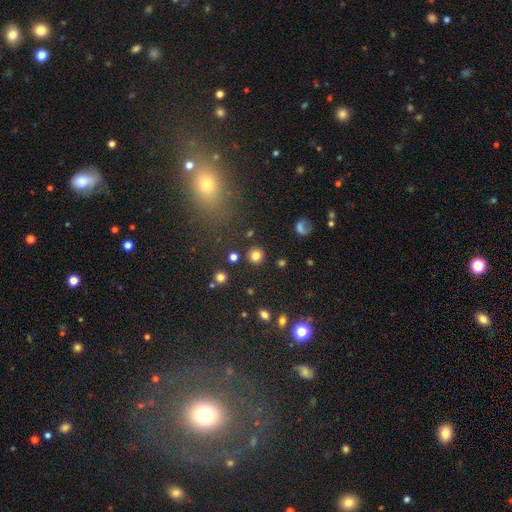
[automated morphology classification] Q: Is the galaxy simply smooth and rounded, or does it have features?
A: smooth — 82%.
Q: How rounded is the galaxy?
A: round — 93%.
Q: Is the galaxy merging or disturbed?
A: none — 90%.